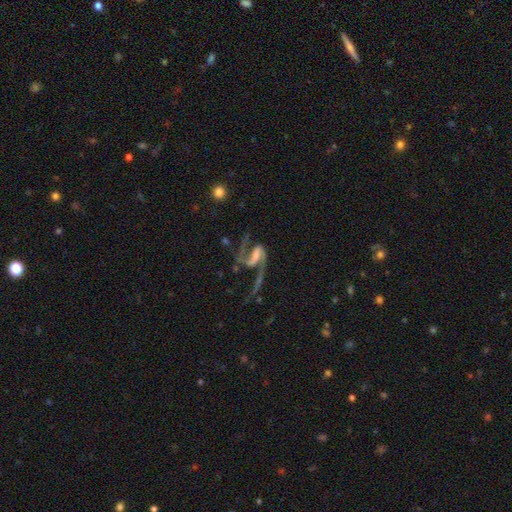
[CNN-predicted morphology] Smooth or featured: featured or disk — 86% (smooth — 7%)
Edge-on disk: no — 97% (yes — 3%)
Bar: strong — 45% (weak — 37%)
Spiral arms: yes — 94% (no — 6%)
Spiral winding: loose — 64% (medium — 30%)
Spiral arm count: 2 — 86% (1 — 8%)
Bulge size: none — 38% (moderate — 23%)
Merging: none — 40% (major disturbance — 37%)